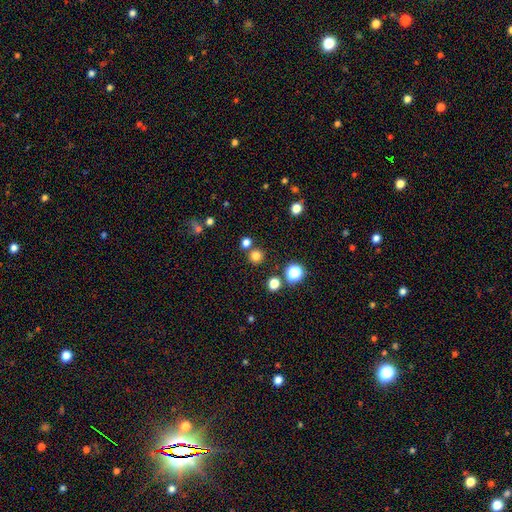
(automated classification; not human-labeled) This appears to be a smooth galaxy with no disk features (77%) that is round (94%). Merging: none (81%).